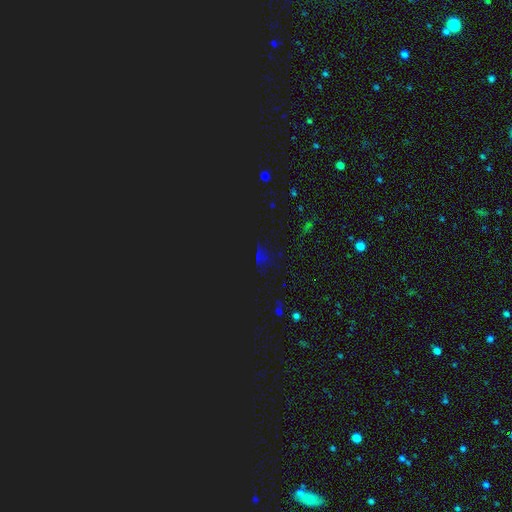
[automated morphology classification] Overall: star or artifact (79%).